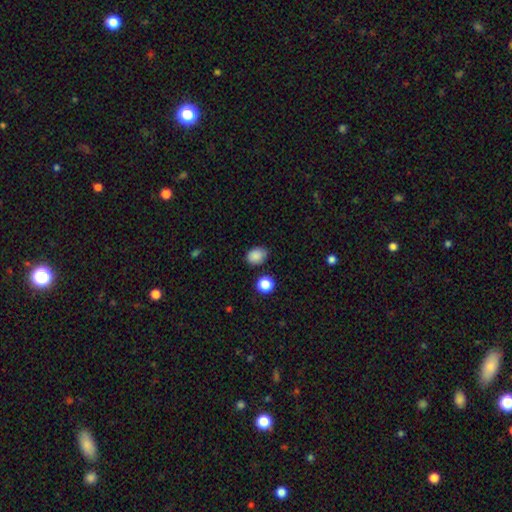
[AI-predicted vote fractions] Overall: smooth (86%). How rounded: in between (60%; round 39%). Merging: none (77%).